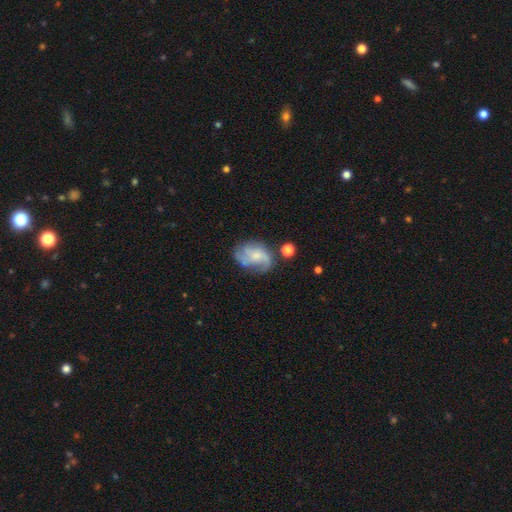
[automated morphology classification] featured or disk 65%, smooth 26%, star or artifact 9%. Down the decision tree: edge-on disk — no (98%); bar — no (66%); spiral arms — yes (86%); spiral arm count — 2 (34%); spiral winding — loose (46%); bulge size — small (53%); merging — none (52%).